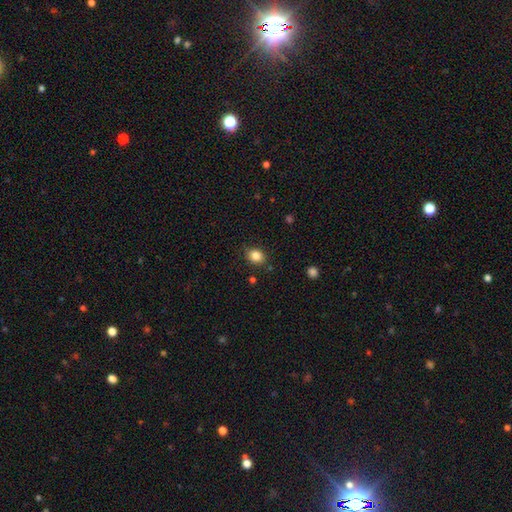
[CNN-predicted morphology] This appears to be a smooth galaxy with no disk features (84%) that is round (55%). Merging: none (85%).